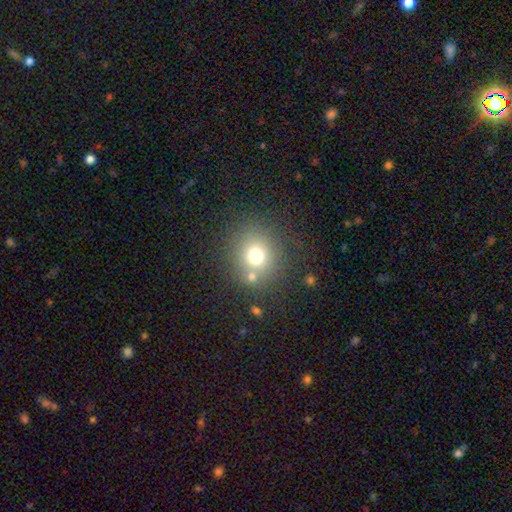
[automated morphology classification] This appears to be a smooth galaxy with no disk features (71%) that is round (86%). Merging: none (72%).